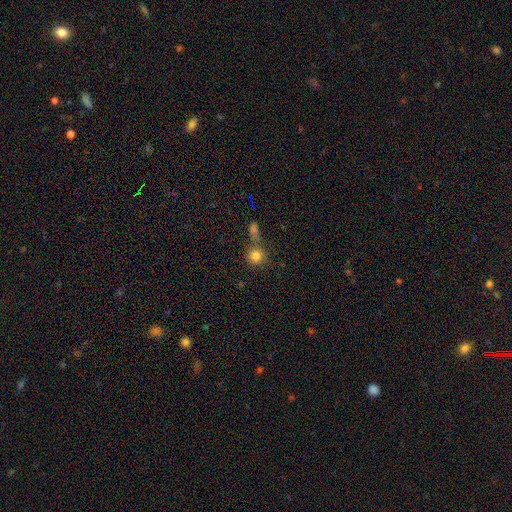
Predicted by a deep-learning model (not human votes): The model was most divided on "merging": none: 59%, merger: 25%, minor disturbance: 10%, major disturbance: 5%. More confident: how rounded — round (90%); smooth or featured — smooth (82%).